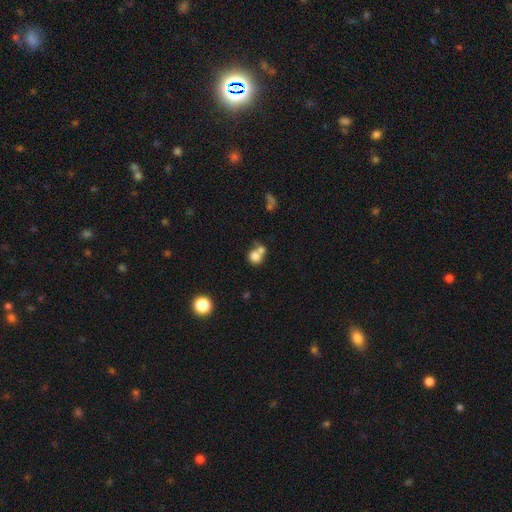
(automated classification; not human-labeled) This appears to be a smooth galaxy with no disk features (76%) that is round (78%). Merging: merger (54%).